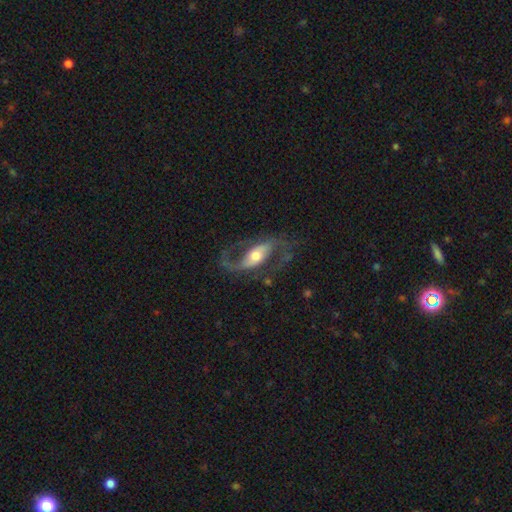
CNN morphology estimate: A featured or disk galaxy (85%) with a strong bar (37%), 2 (91%) loose (49%) spiral arms (92%) and a moderate central bulge (66%). Merging: none (69%).